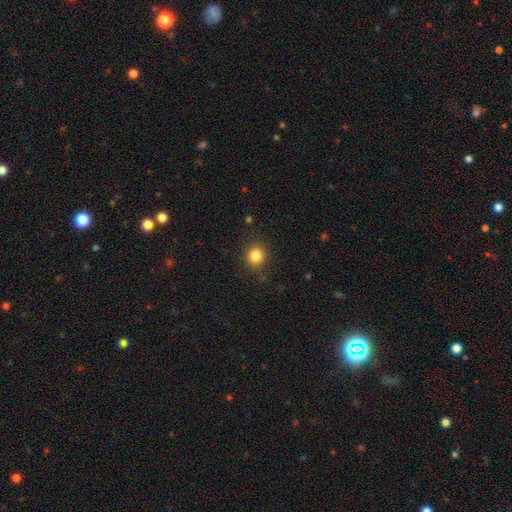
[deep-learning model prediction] Smooth or featured?
  - smooth: 83% *
  - star or artifact: 11%
  - featured or disk: 5%
How rounded?
  - round: 86% *
  - in between: 13%
  - cigar-shaped: 1%
Merging?
  - none: 86% *
  - minor disturbance: 9%
  - major disturbance: 3%
  - merger: 1%